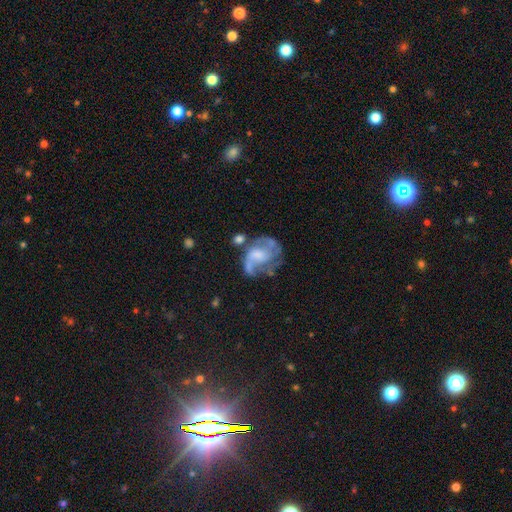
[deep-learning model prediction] Overall: featured or disk (77%). Edge-on disk: no (98%). Bar: no (55%; weak 37%). Spiral arms: yes (85%). Spiral arm count: 2 (41%; can't tell 22%). Spiral winding: medium (46%; loose 28%). Bulge size: moderate (38%; none 24%). Merging: none (48%; major disturbance 23%).